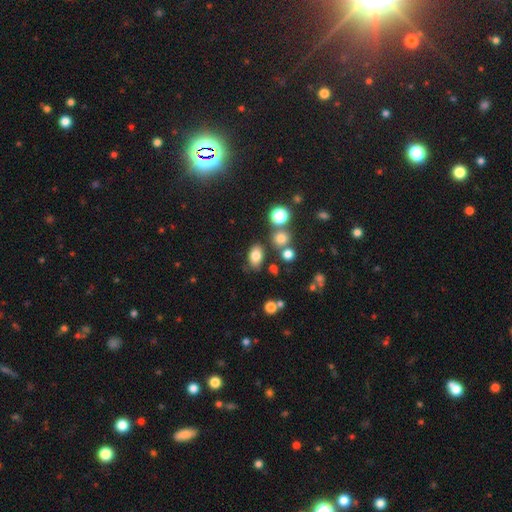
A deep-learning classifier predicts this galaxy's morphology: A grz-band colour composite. It shows a smooth galaxy with no disk features (79%) that is in between round and cigar-shaped (85%). Merging: none (76%).